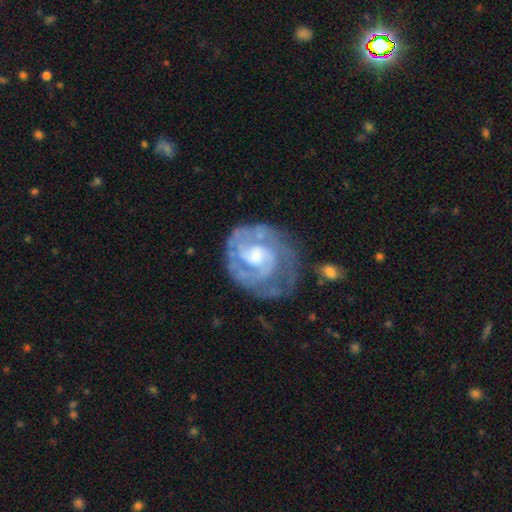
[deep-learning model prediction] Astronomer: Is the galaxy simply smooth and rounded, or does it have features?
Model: featured or disk — 87%.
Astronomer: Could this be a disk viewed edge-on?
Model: no — 98%.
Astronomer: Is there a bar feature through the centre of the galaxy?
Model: no — 52% (runner-up: weak, 40%).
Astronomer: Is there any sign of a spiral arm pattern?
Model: yes — 94%.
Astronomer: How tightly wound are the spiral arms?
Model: tight — 59%.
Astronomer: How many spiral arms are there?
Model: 2 — 46% (runner-up: can't tell, 22%).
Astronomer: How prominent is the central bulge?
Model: moderate — 47% (runner-up: small, 40%).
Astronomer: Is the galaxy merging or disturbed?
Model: none — 60%.